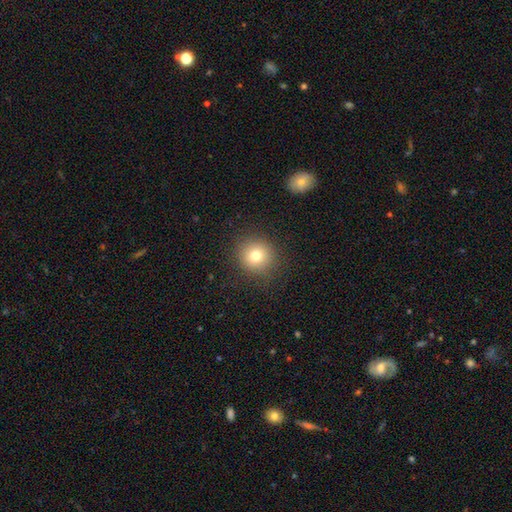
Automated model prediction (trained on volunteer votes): smooth_or_featured: smooth (p=0.76) [alt: star or artifact p=0.14]
how_rounded: round (p=0.92) [alt: in between p=0.07]
merging: none (p=0.88) [alt: minor disturbance p=0.08]